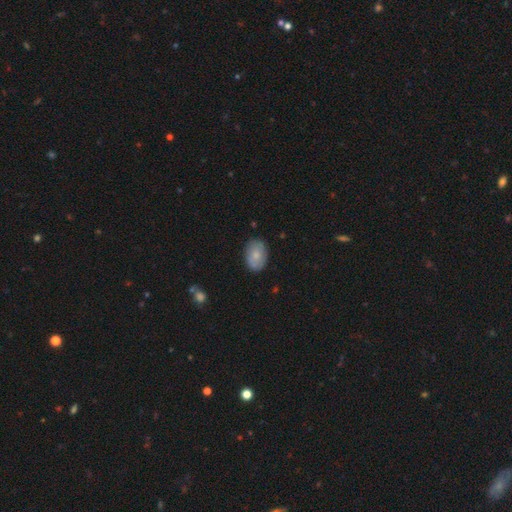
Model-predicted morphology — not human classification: Smooth or featured?
  - smooth: 75% *
  - featured or disk: 18%
  - star or artifact: 6%
How rounded?
  - in between: 84% *
  - round: 15%
  - cigar-shaped: 1%
Merging?
  - none: 82% *
  - minor disturbance: 14%
  - major disturbance: 3%
  - merger: 1%